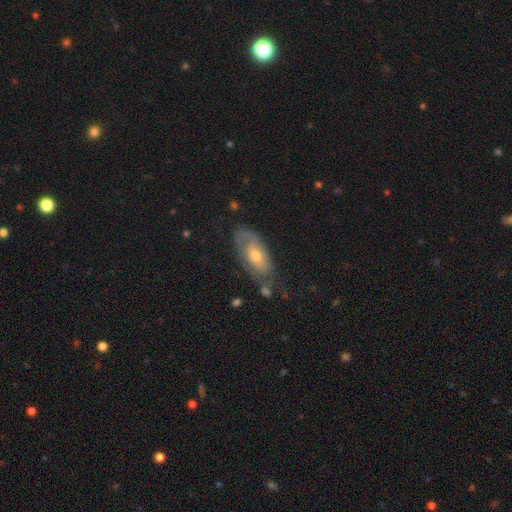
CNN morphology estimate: Overall: featured or disk (58%; smooth 34%). Edge-on disk: no (85%). Merging: none (60%; minor disturbance 24%).